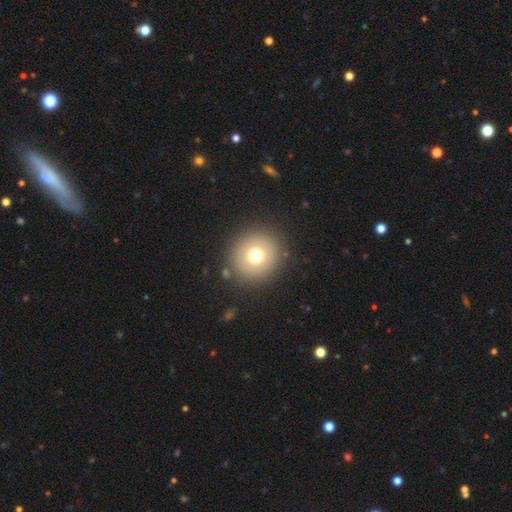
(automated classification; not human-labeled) A smooth galaxy with no disk features (72%) that is round (94%).

Vote fractions:
- Smooth or featured? smooth: 72% / featured or disk: 15% / star or artifact: 13%
- How rounded? round: 94% / in between: 5% / cigar-shaped: 1%
- Merging? none: 88% / minor disturbance: 6% / major disturbance: 3% / merger: 2%